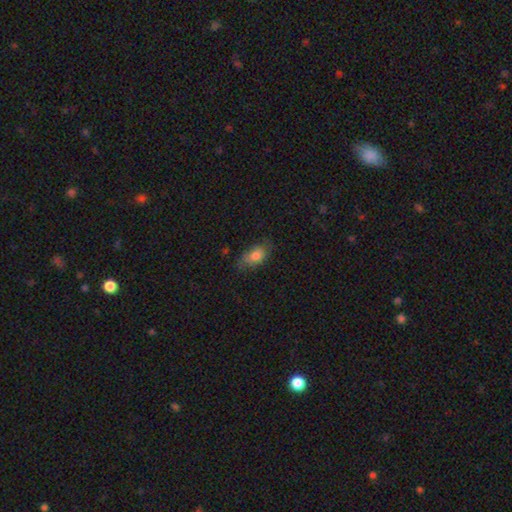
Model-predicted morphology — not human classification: The model was most divided on "merging": none: 63%, minor disturbance: 27%, major disturbance: 8%, merger: 2%. More confident: how rounded — in between (87%); smooth or featured — smooth (79%).